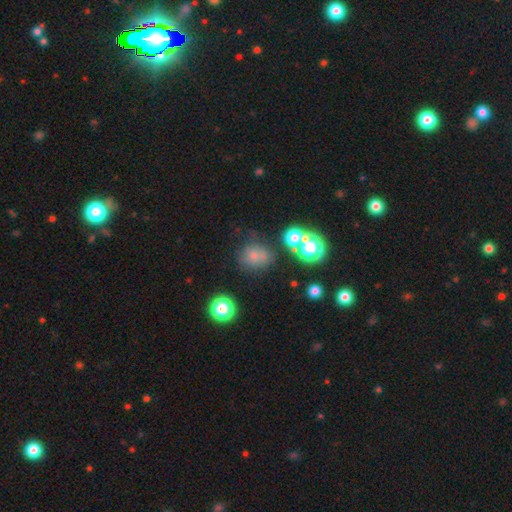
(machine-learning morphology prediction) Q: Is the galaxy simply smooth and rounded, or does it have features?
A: smooth — 63%.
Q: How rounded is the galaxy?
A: round — 69%.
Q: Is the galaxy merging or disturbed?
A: none — 57%.